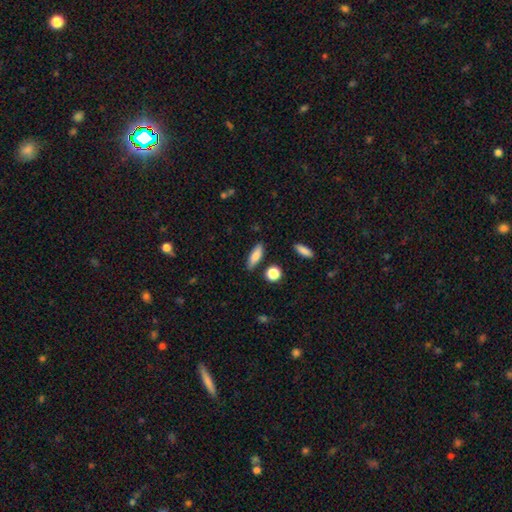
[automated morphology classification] This appears to be a smooth galaxy with no disk features (80%) that is in between round and cigar-shaped (51%). Merging: none (83%).